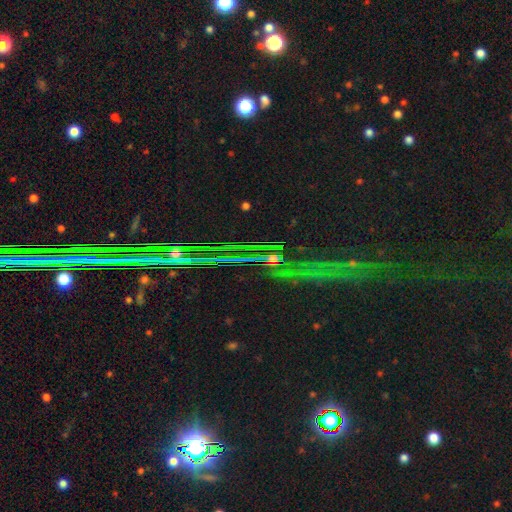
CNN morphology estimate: Smooth or featured? star or artifact (81%)